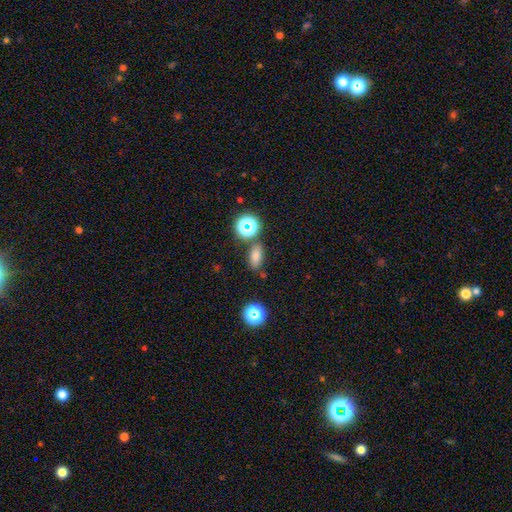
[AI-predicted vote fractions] Smooth or featured? smooth (73%)
How rounded? in between (78%)
Merging? none (75%)